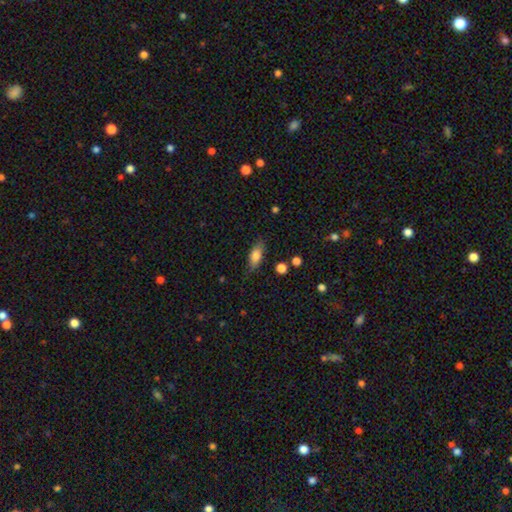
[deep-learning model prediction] Q: Smooth or featured?
A: smooth (75%); runner-up: featured or disk (18%)
Q: How rounded?
A: in between (76%); runner-up: cigar-shaped (20%)
Q: Merging?
A: none (77%); runner-up: minor disturbance (17%)